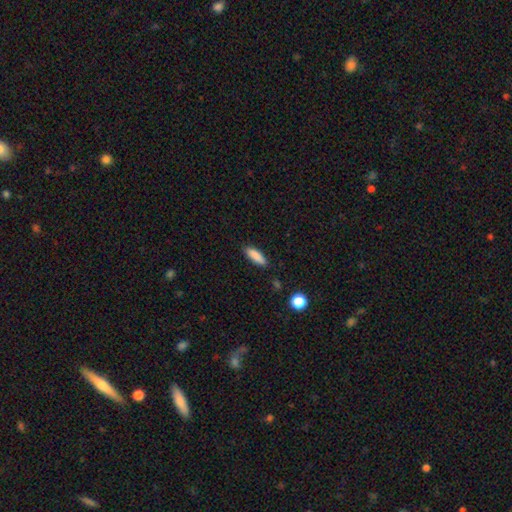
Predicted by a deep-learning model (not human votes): Q: Smooth or featured?
A: smooth (87%); runner-up: star or artifact (7%)
Q: How rounded?
A: cigar-shaped (50%); runner-up: in between (49%)
Q: Merging?
A: none (85%); runner-up: minor disturbance (11%)